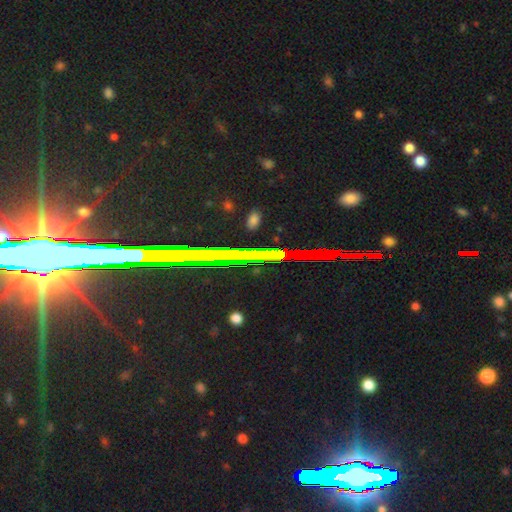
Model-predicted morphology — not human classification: Smooth or featured? Predicted: star or artifact (p=0.77).